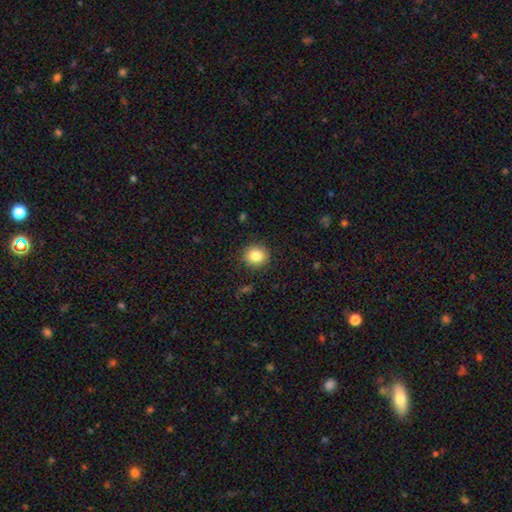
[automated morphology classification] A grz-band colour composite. It shows a smooth galaxy with no disk features (84%) that is round (87%). Merging: none (90%).